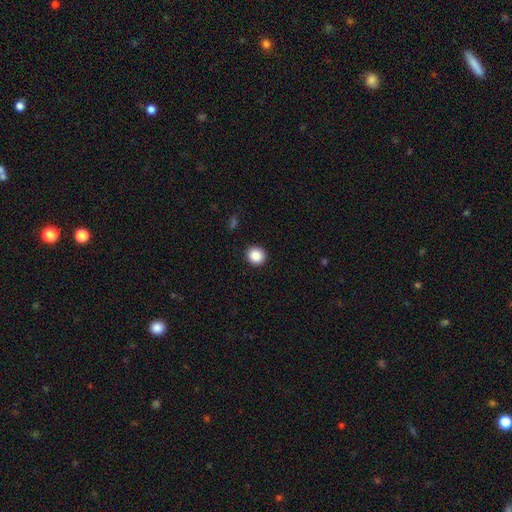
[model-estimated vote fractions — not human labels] smooth-or-featured: smooth: 88% | star or artifact: 9% | featured or disk: 3%
  how-rounded: round: 87% | in between: 12% | cigar-shaped: 1%
  merging: none: 92% | minor disturbance: 5% | major disturbance: 2% | merger: 1%